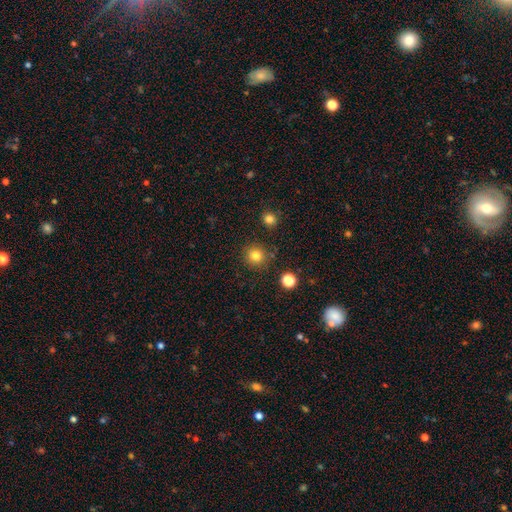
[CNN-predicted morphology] smooth_or_featured: smooth (p=0.82) [alt: star or artifact p=0.13]
how_rounded: round (p=0.93) [alt: in between p=0.06]
merging: none (p=0.86) [alt: minor disturbance p=0.08]